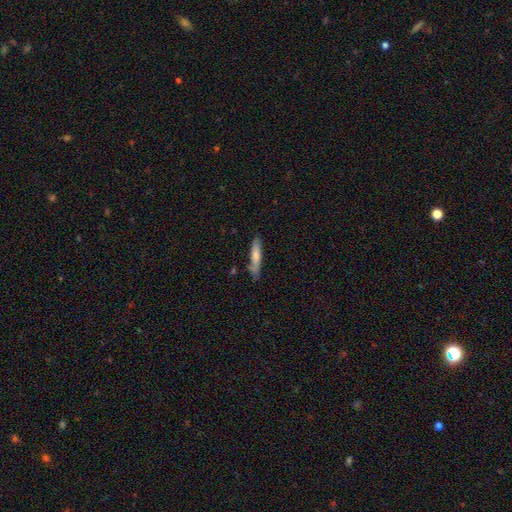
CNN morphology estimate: This is likely a smooth galaxy (71%). How rounded: clearly cigar-shaped (85%). Merging: likely none (72%).